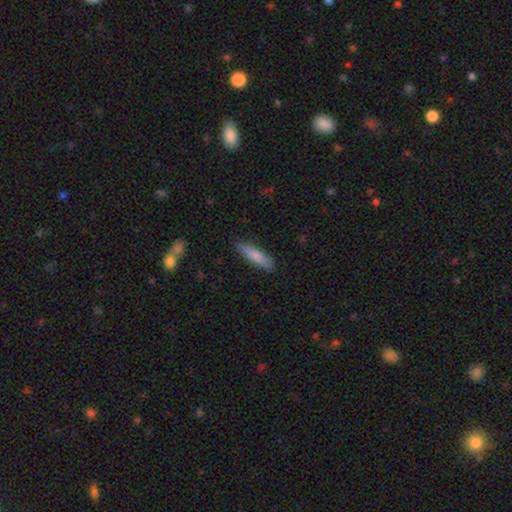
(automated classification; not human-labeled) Smooth or featured? smooth (79%)
How rounded? cigar-shaped (72%)
Merging? none (84%)